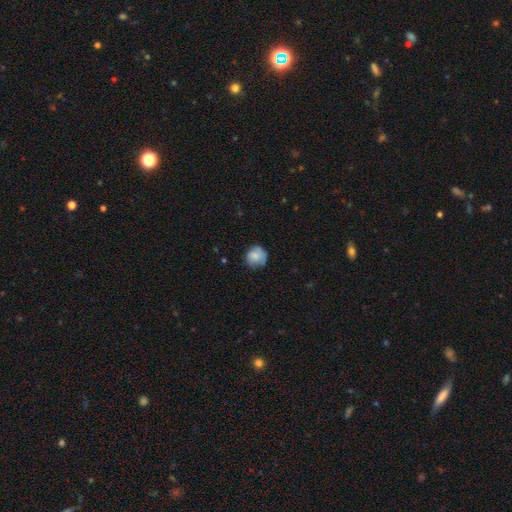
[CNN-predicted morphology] A smooth galaxy with no disk features (74%) that is round (84%).

Vote fractions:
- Smooth or featured? smooth: 74% / featured or disk: 18% / star or artifact: 8%
- How rounded? round: 84% / in between: 15% / cigar-shaped: 1%
- Merging? none: 63% / minor disturbance: 27% / major disturbance: 8% / merger: 2%